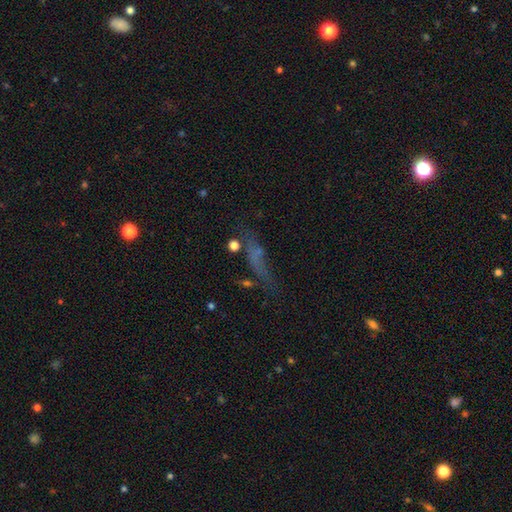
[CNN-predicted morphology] Smooth or featured?
  - smooth: 42% *
  - featured or disk: 32%
  - star or artifact: 26%
Merging?
  - none: 46% *
  - major disturbance: 25%
  - minor disturbance: 21%
  - merger: 8%